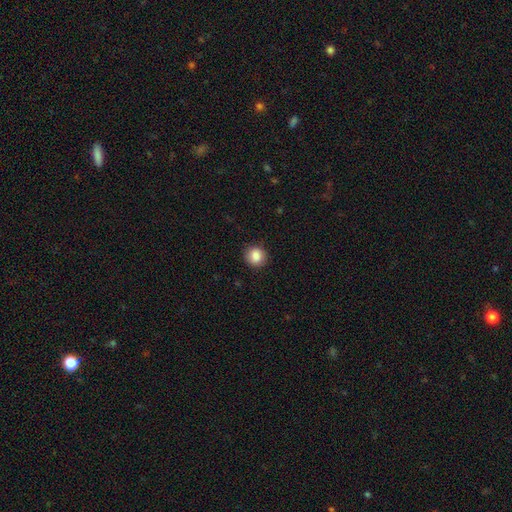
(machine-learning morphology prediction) type=smooth (86%); roundness=round (89%); merging=none (90%).